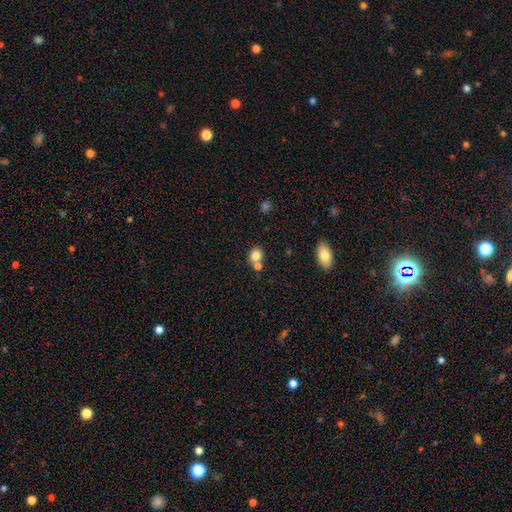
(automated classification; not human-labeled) A smooth galaxy with no disk features (81%) that is round (75%).

Vote fractions:
- Smooth or featured? smooth: 81% / star or artifact: 11% / featured or disk: 9%
- How rounded? round: 75% / in between: 24% / cigar-shaped: 1%
- Merging? none: 54% / merger: 34% / minor disturbance: 9% / major disturbance: 3%